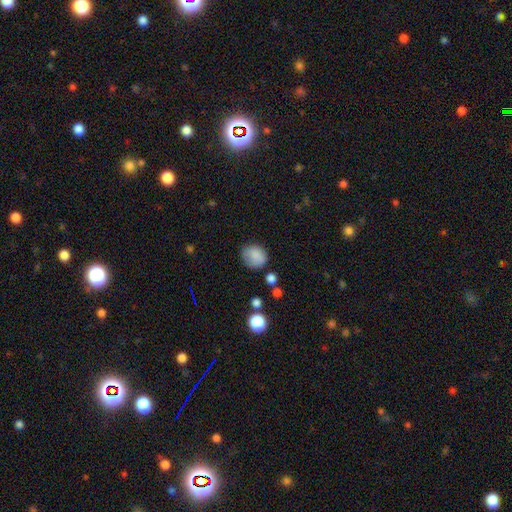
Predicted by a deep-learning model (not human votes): This is clearly a smooth galaxy (83%). How rounded: likely round (69%). Merging: likely none (68%).